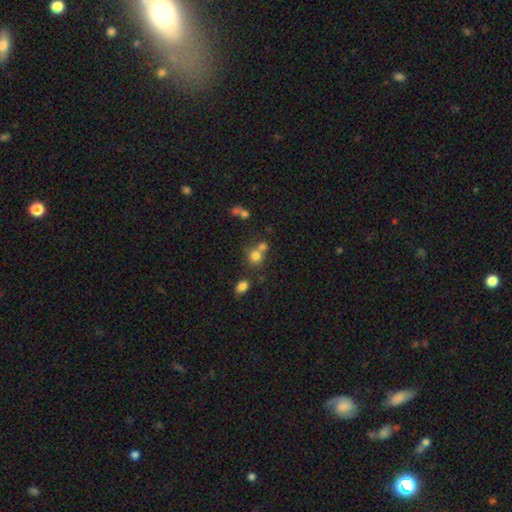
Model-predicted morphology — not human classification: Q: Smooth or featured?
A: smooth (75%); runner-up: star or artifact (15%)
Q: How rounded?
A: round (81%); runner-up: in between (18%)
Q: Merging?
A: none (49%); runner-up: merger (38%)